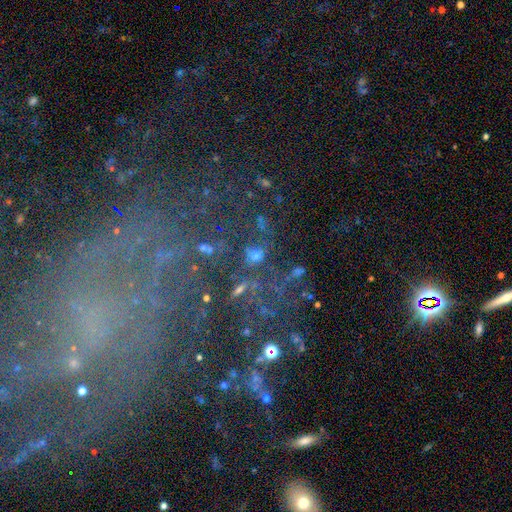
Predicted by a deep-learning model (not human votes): smooth-or-featured: smooth: 42% | star or artifact: 41% | featured or disk: 16%
  merging: none: 56% | merger: 16% | minor disturbance: 15% | major disturbance: 13%